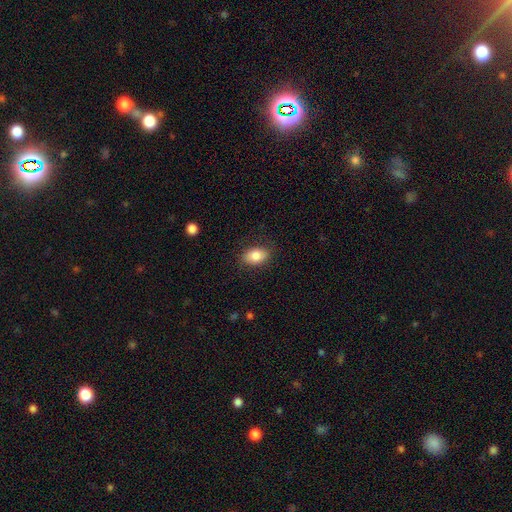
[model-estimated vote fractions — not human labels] A smooth galaxy with no disk features (84%) that is in between round and cigar-shaped (86%).

Vote fractions:
- Smooth or featured? smooth: 84% / featured or disk: 9% / star or artifact: 7%
- How rounded? in between: 86% / round: 12% / cigar-shaped: 1%
- Merging? none: 82% / minor disturbance: 13% / major disturbance: 4% / merger: 1%